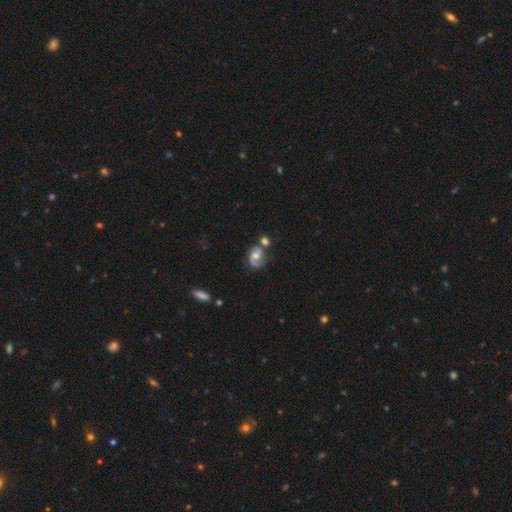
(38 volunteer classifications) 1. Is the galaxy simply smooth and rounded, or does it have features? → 82% featured or disk, 18% smooth, 0% star or artifact.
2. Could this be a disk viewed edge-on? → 100% no, 0% yes.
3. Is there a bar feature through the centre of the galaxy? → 52% no, 42% weak, 6% strong.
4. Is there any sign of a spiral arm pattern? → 90% yes, 10% no.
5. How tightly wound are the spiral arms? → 61% medium, 29% loose, 11% tight.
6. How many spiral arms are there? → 96% 2, 4% 1, 0% 3, 0% 4, 0% more than 4, 0% can't tell.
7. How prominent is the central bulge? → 58% moderate, 29% small, 6% dominant, 6% large, 0% none.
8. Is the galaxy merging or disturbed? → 71% none, 16% merger, 13% minor disturbance, 0% major disturbance.